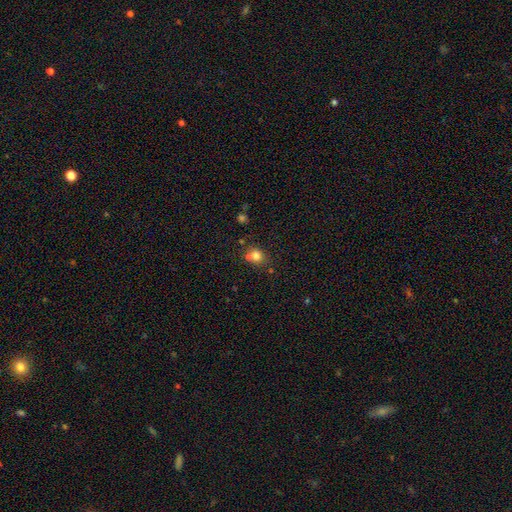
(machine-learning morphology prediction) smooth-or-featured: smooth: 77% | star or artifact: 13% | featured or disk: 10%
  how-rounded: round: 78% | in between: 21% | cigar-shaped: 1%
  merging: none: 60% | merger: 26% | minor disturbance: 10% | major disturbance: 4%